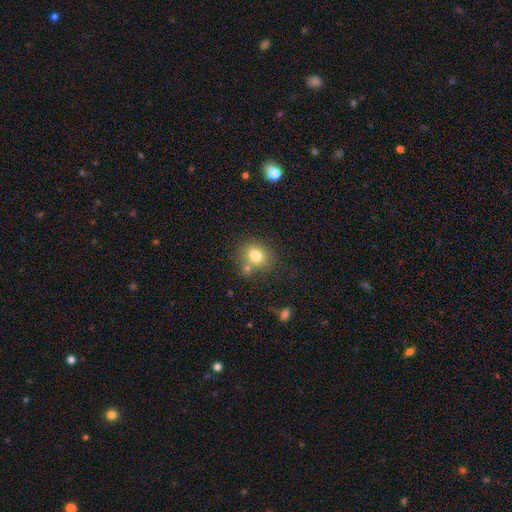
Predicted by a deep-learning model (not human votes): Smooth or featured? Predicted: smooth (p=0.78). How rounded? Predicted: round (p=0.71). Merging? Predicted: none (p=0.66).